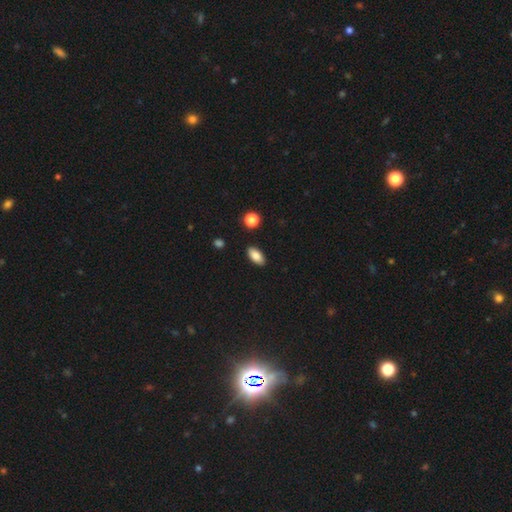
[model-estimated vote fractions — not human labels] Smooth or featured: smooth — 85% (star or artifact — 8%)
How rounded: in between — 91% (cigar-shaped — 6%)
Merging: none — 89% (minor disturbance — 8%)